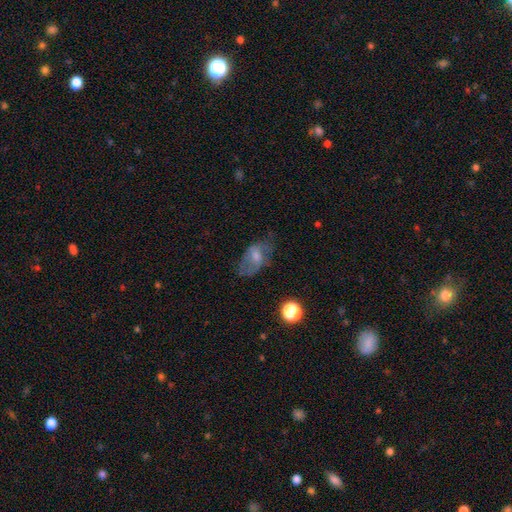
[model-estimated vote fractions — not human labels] Smooth or featured? featured or disk (45%)
Merging? none (59%)